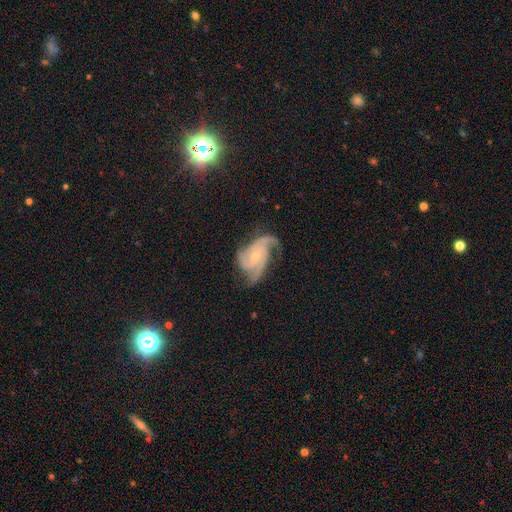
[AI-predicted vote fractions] Smooth or featured? Predicted: featured or disk (p=0.89). Edge-on disk? Predicted: no (p=0.98). Bar? Predicted: no (p=0.67). Spiral arms? Predicted: yes (p=0.98). Spiral winding? Predicted: medium (p=0.50). Spiral arm count? Predicted: 3 (p=0.66). Bulge size? Predicted: small (p=0.71). Merging? Predicted: none (p=0.59).